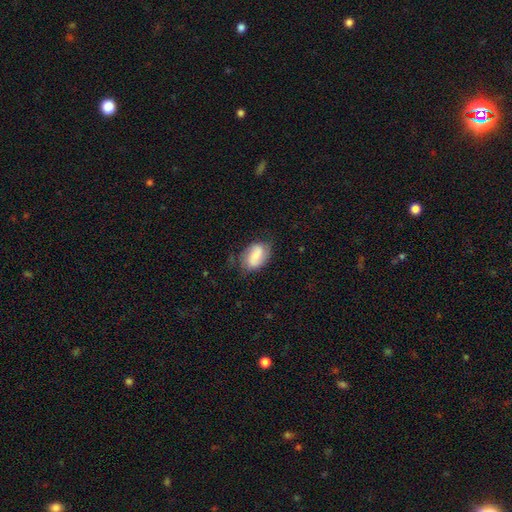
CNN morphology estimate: The model was most divided on "smooth or featured": smooth: 58%, featured or disk: 34%, star or artifact: 8%. More confident: how rounded — in between (86%); merging — none (59%).